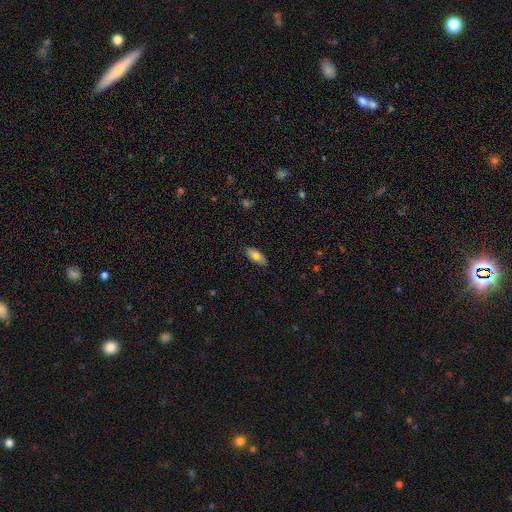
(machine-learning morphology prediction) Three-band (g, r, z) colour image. It shows a smooth galaxy with no disk features (76%) that is in between round and cigar-shaped (81%). Merging: none (86%).